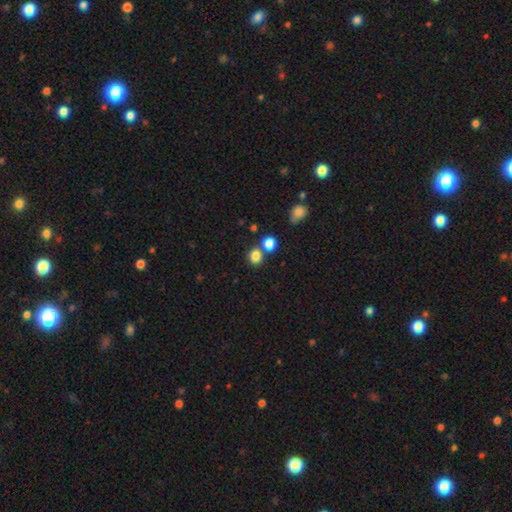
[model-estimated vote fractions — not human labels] Smooth or featured? Predicted: smooth (p=0.82). How rounded? Predicted: round (p=0.78). Merging? Predicted: none (p=0.62).